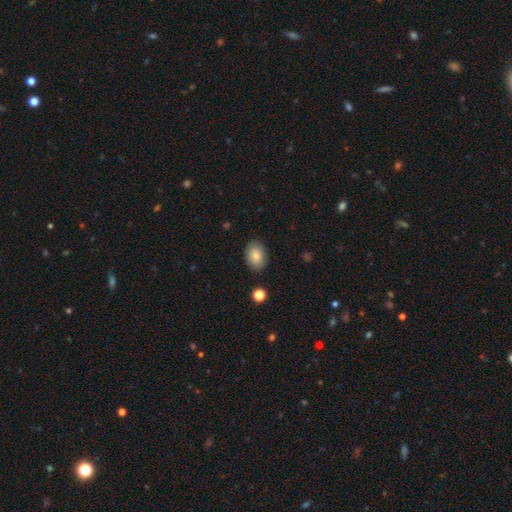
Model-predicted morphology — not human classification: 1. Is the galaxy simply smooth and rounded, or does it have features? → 86% smooth, 7% star or artifact, 6% featured or disk.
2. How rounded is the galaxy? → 78% in between, 21% round, 1% cigar-shaped.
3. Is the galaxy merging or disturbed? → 87% none, 9% minor disturbance, 2% major disturbance, 1% merger.